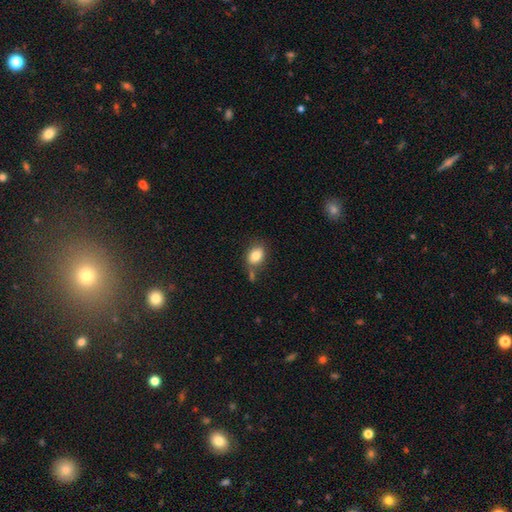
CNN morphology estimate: A smooth galaxy with no disk features (83%) that is in between round and cigar-shaped (68%).

Vote fractions:
- Smooth or featured? smooth: 83% / featured or disk: 9% / star or artifact: 9%
- How rounded? in between: 68% / round: 31% / cigar-shaped: 1%
- Merging? none: 63% / minor disturbance: 18% / merger: 13% / major disturbance: 6%